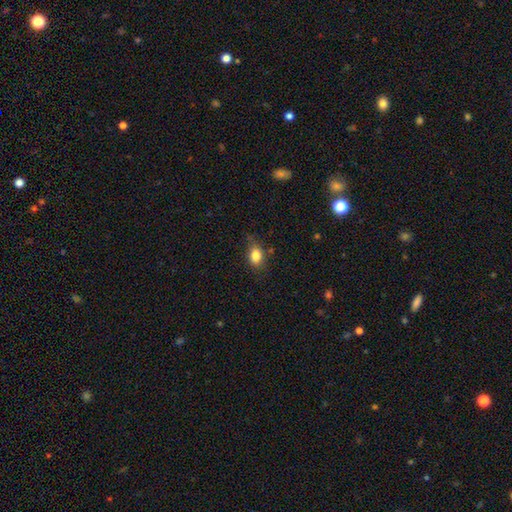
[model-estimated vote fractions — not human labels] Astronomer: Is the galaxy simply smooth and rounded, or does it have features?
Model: smooth — 84%.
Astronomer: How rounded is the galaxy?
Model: in between — 77%.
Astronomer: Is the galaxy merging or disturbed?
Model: none — 72%.